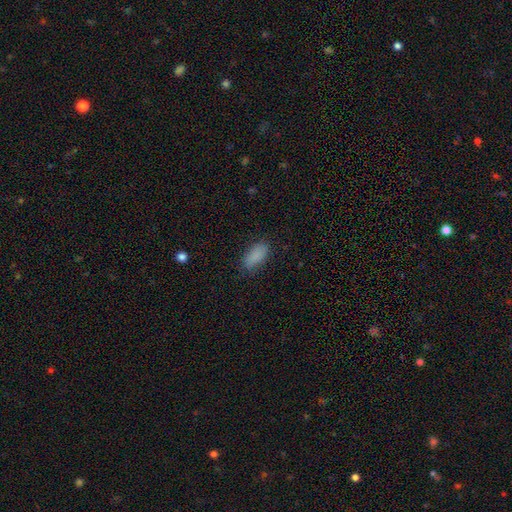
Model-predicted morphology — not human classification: The model was most divided on "merging": none: 78%, minor disturbance: 16%, major disturbance: 4%, merger: 1%. More confident: how rounded — in between (88%); smooth or featured — smooth (86%).